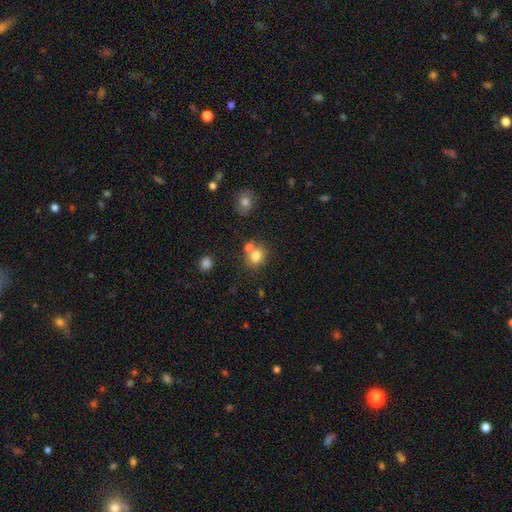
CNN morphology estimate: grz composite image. It shows a smooth galaxy with no disk features (78%) that is round (73%). Merging: none (59%).